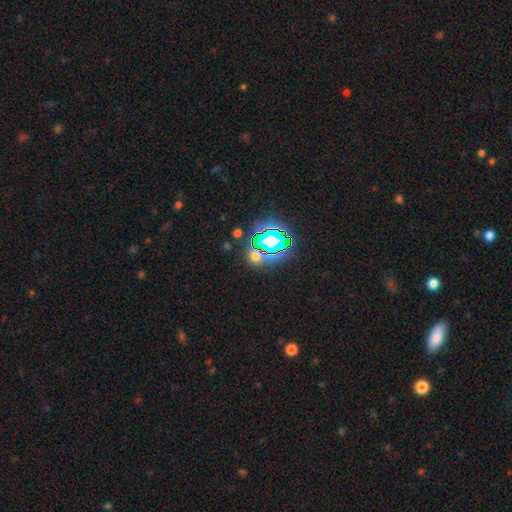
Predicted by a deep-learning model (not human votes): Smooth or featured?
  - star or artifact: 53% *
  - smooth: 37%
  - featured or disk: 9%